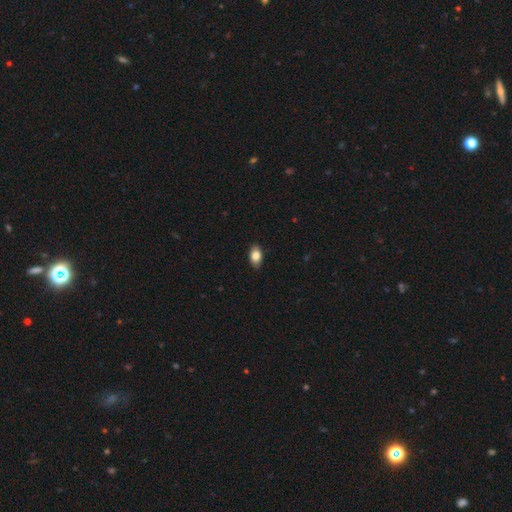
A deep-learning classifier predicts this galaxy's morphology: Smooth or featured? smooth (84%)
How rounded? in between (90%)
Merging? none (87%)